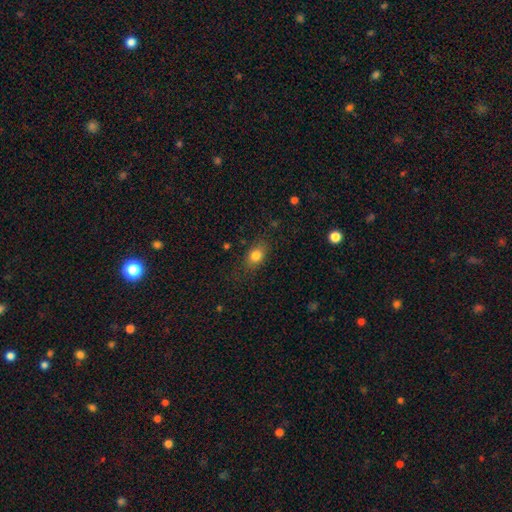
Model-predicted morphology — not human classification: A smooth galaxy with no disk features (81%) that is in between round and cigar-shaped (67%).

Vote fractions:
- Smooth or featured? smooth: 81% / star or artifact: 10% / featured or disk: 9%
- How rounded? in between: 67% / round: 30% / cigar-shaped: 3%
- Merging? none: 76% / minor disturbance: 17% / major disturbance: 6% / merger: 1%